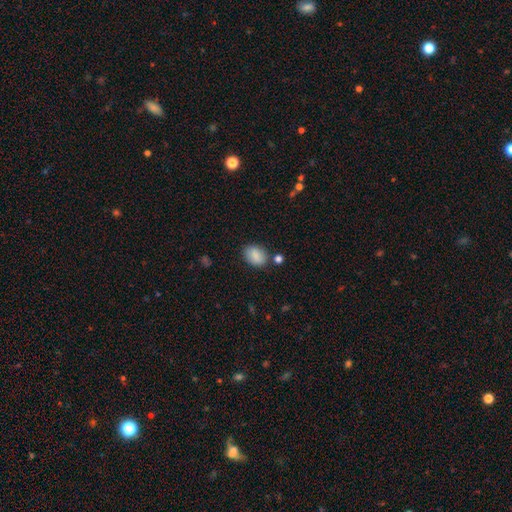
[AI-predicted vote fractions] Smooth or featured?
  - smooth: 86% *
  - star or artifact: 8%
  - featured or disk: 6%
How rounded?
  - in between: 72% *
  - round: 27%
  - cigar-shaped: 1%
Merging?
  - none: 76% *
  - minor disturbance: 14%
  - merger: 7%
  - major disturbance: 3%